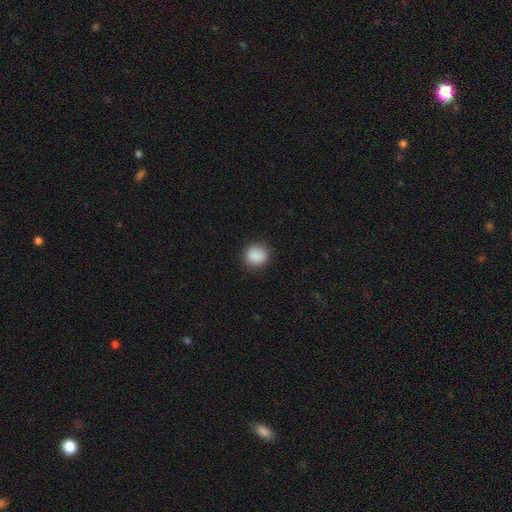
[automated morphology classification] smooth 89%, star or artifact 8%, featured or disk 3%. Down the decision tree: how rounded — round (85%); merging — none (88%).